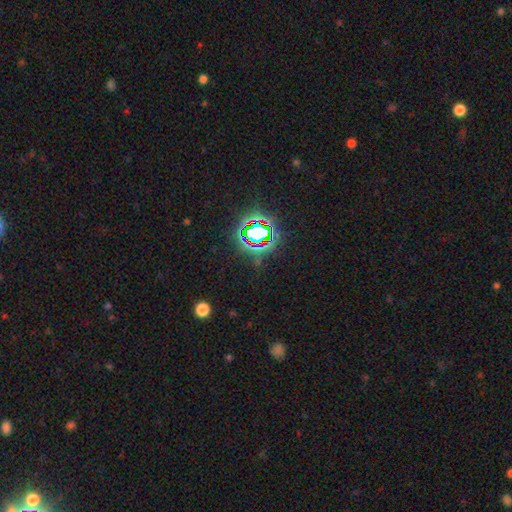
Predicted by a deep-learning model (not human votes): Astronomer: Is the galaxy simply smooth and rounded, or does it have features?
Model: star or artifact — 79%.